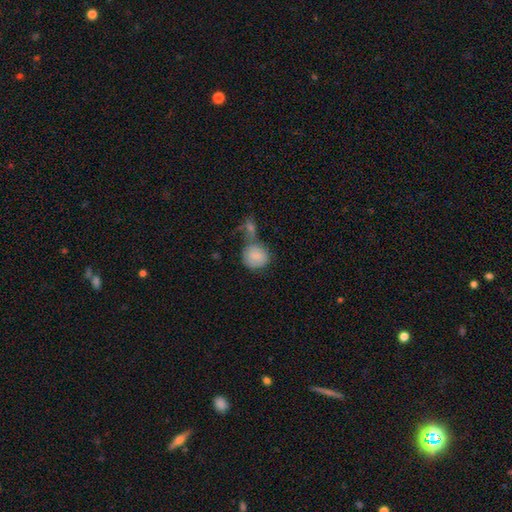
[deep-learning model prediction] smooth 81%, featured or disk 13%, star or artifact 7%. Down the decision tree: how rounded — round (78%); merging — merger (41%).